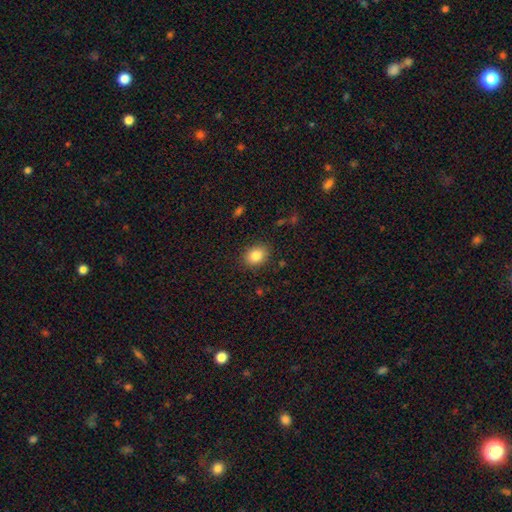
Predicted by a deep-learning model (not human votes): Morphology: type=smooth (85%); roundness=in between (60%); merging=none (87%).